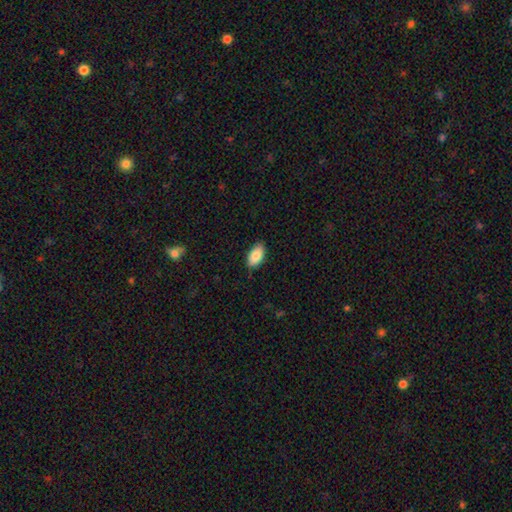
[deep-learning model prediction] A smooth galaxy with no disk features (86%) that is in between round and cigar-shaped (94%).

Vote fractions:
- Smooth or featured? smooth: 86% / featured or disk: 7% / star or artifact: 7%
- How rounded? in between: 94% / round: 3% / cigar-shaped: 3%
- Merging? none: 84% / minor disturbance: 13% / major disturbance: 2% / merger: 1%